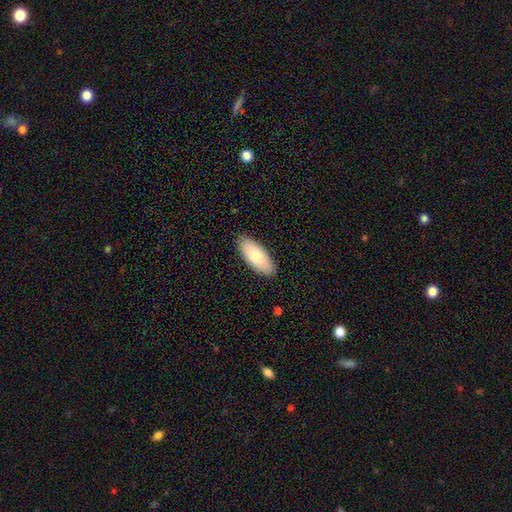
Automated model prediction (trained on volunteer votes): smooth_or_featured: smooth (p=0.76) [alt: featured or disk p=0.18]
how_rounded: in between (p=0.87) [alt: cigar-shaped p=0.11]
merging: none (p=0.88) [alt: minor disturbance p=0.09]